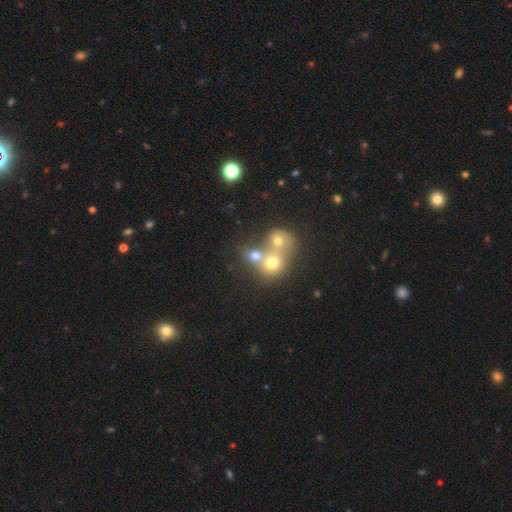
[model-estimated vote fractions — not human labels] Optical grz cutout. It shows a smooth galaxy with no disk features (65%) that is round (73%). Merging: merger (60%).